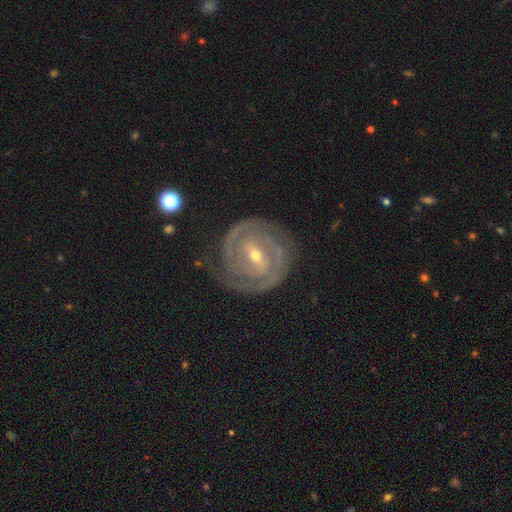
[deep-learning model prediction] This appears to be a featured or disk galaxy (91%) with a weak bar (42%), 2 (78%) tight (80%) spiral arms (97%) and a small central bulge (59%). Merging: none (81%).